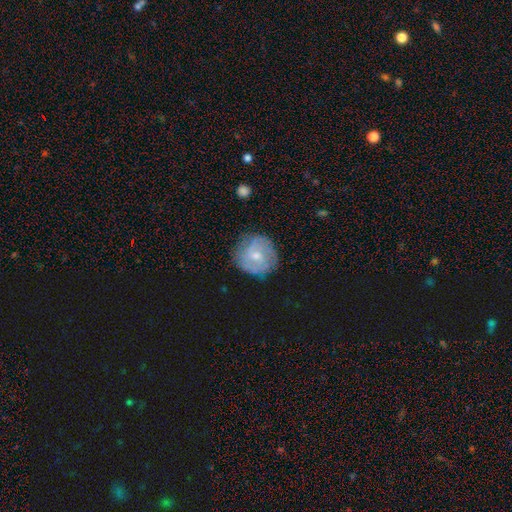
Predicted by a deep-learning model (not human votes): Smooth or featured?
  - featured or disk: 57% *
  - smooth: 36%
  - star or artifact: 7%
Edge-on disk?
  - no: 97% *
  - yes: 3%
Bar?
  - no: 63% *
  - weak: 32%
  - strong: 5%
Spiral arms?
  - yes: 78% *
  - no: 22%
Bulge size?
  - small: 55% *
  - moderate: 40%
  - none: 2%
  - large: 2%
  - dominant: 1%
Merging?
  - none: 75% *
  - minor disturbance: 18%
  - major disturbance: 6%
  - merger: 1%